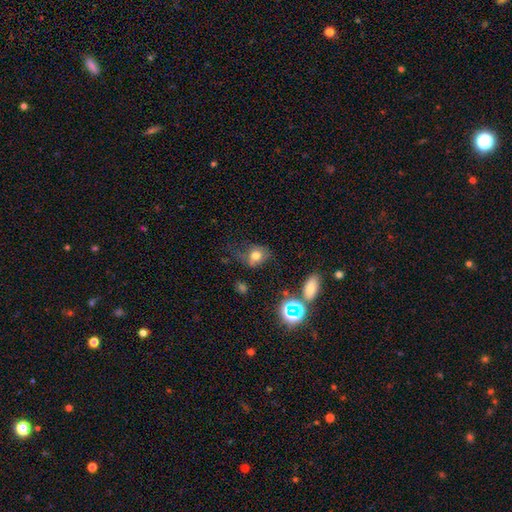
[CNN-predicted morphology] This is likely a smooth galaxy (71%). How rounded: possibly in between (50%). Merging: possibly none (45%).